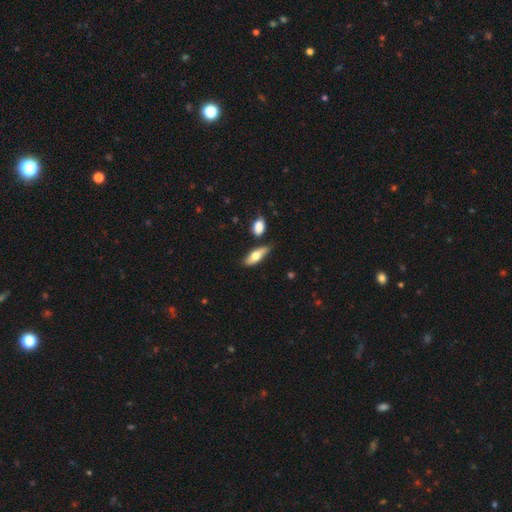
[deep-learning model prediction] Morphology: type=smooth (62%); roundness=in between (67%); merging=none (68%).